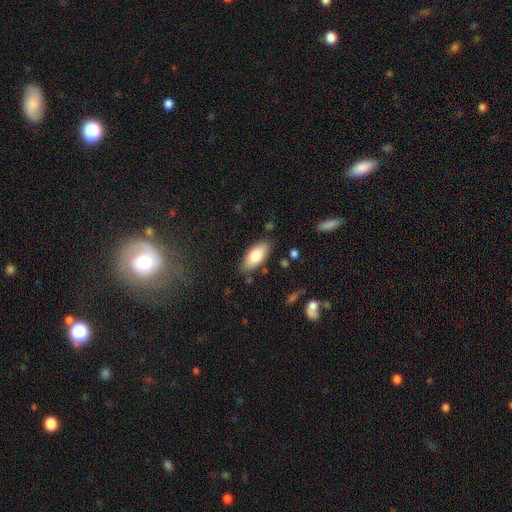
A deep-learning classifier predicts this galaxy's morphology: Smooth or featured: smooth — 78% (featured or disk — 16%)
How rounded: in between — 88% (cigar-shaped — 10%)
Merging: none — 84% (minor disturbance — 11%)